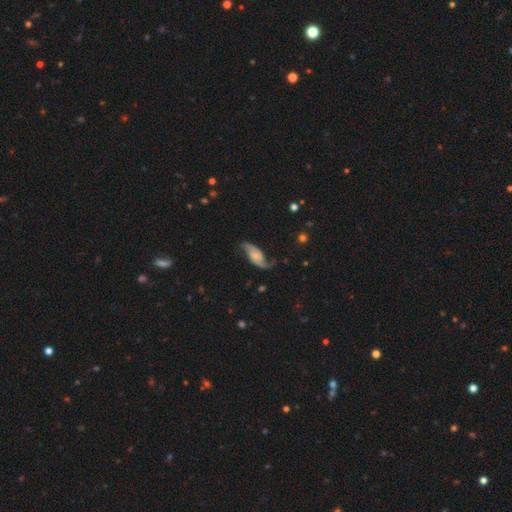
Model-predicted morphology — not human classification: type=featured or disk (83%); edge-on=no (95%); bar=no (59%); spiral arms=yes (96%); winding=loose (65%); arm count=2 (92%); bulge=small (48%); merging=none (73%).